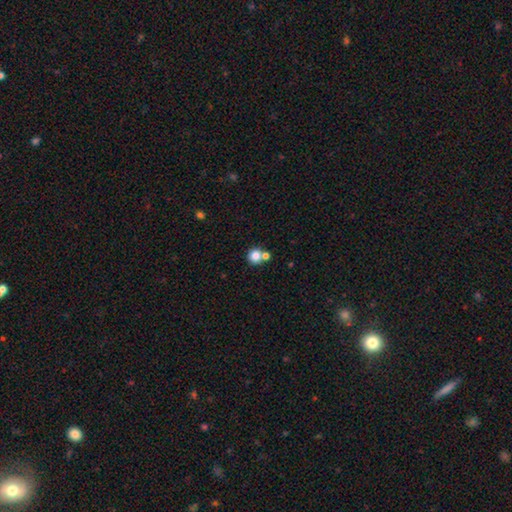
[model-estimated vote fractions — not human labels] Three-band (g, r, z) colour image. It shows a smooth galaxy with no disk features (81%) that is round (90%). Merging: none (55%).